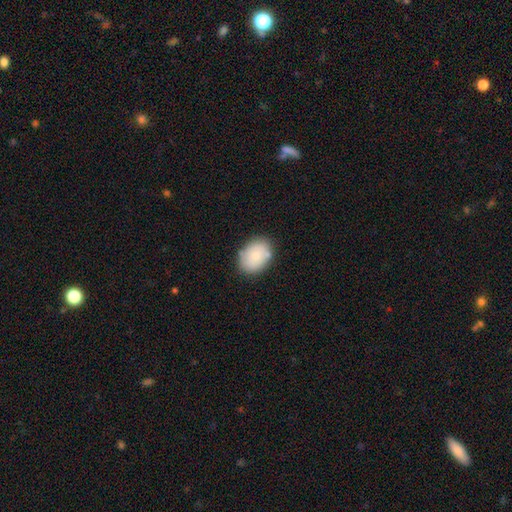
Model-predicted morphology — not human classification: smooth 81%, featured or disk 13%, star or artifact 7%. Down the decision tree: how rounded — in between (74%); merging — none (77%).